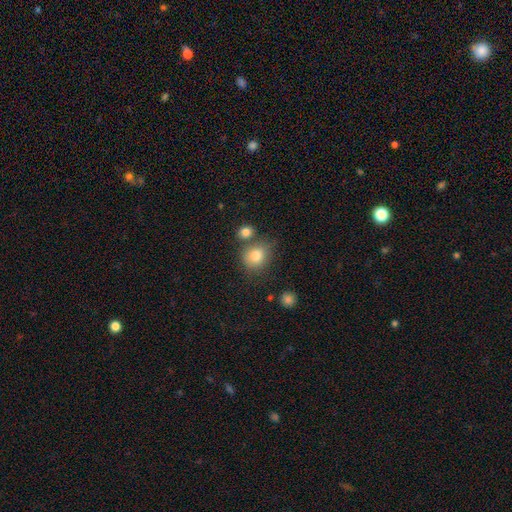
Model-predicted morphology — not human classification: Smooth or featured? smooth (81%)
How rounded? round (78%)
Merging? none (61%)